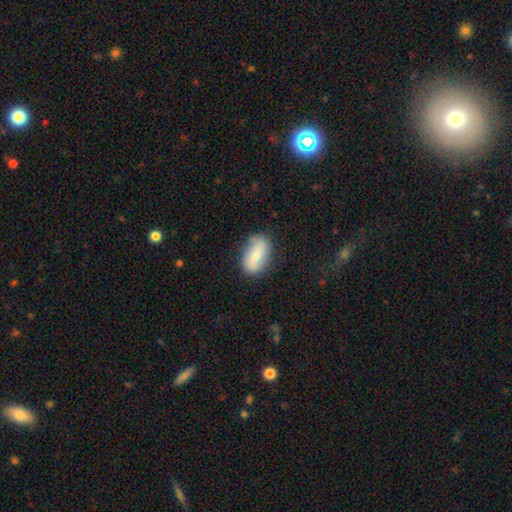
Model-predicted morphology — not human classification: smooth-or-featured: smooth: 59% | featured or disk: 34% | star or artifact: 7%
  how-rounded: in between: 90% | round: 7% | cigar-shaped: 4%
  merging: none: 77% | minor disturbance: 17% | major disturbance: 4% | merger: 1%